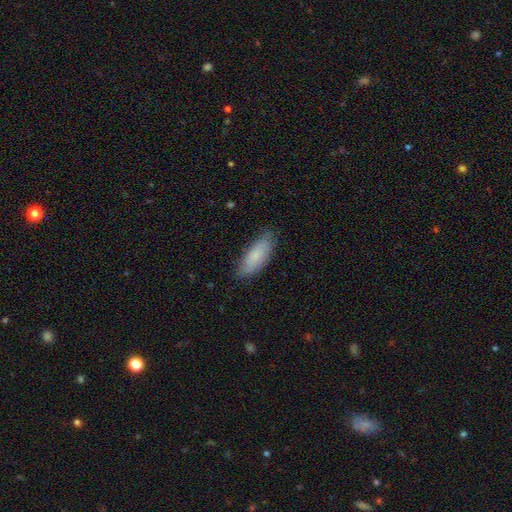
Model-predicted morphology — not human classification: Overall: smooth (75%). How rounded: in between (73%). Merging: none (76%).